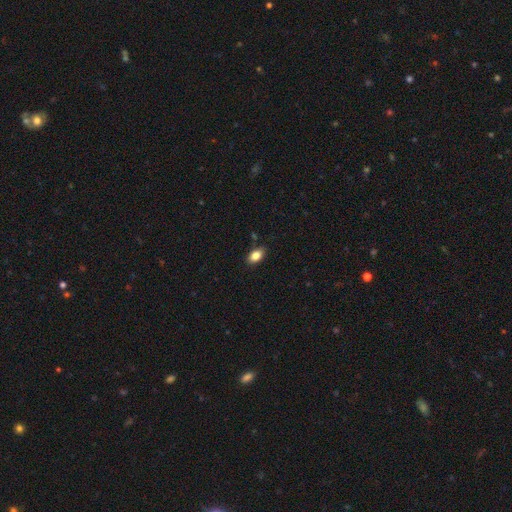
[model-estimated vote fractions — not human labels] The model was most divided on "merging": none: 83%, minor disturbance: 12%, major disturbance: 2%, merger: 2%. More confident: how rounded — in between (89%); smooth or featured — smooth (84%).